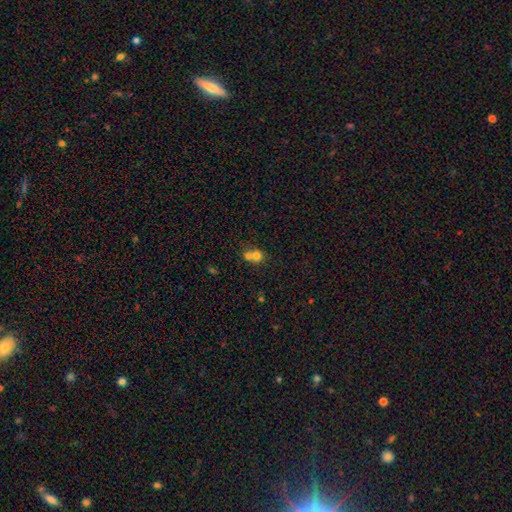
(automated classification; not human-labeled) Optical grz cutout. It shows a smooth galaxy with no disk features (71%) that is round (81%). Merging: merger (62%).